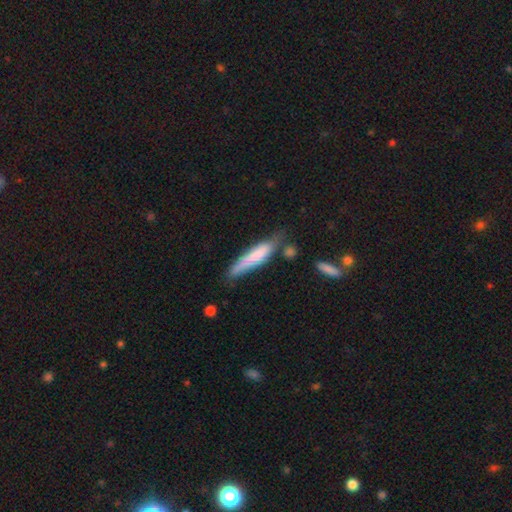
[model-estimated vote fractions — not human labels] Smooth or featured? Predicted: smooth (p=0.67). How rounded? Predicted: cigar-shaped (p=0.83). Merging? Predicted: none (p=0.53).